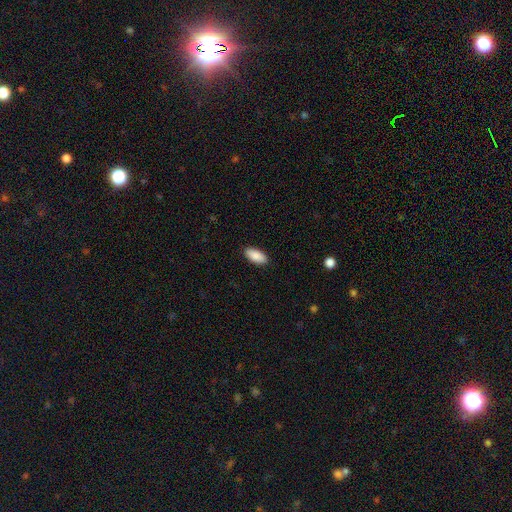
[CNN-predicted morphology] type=smooth (89%); roundness=in between (90%); merging=none (90%).